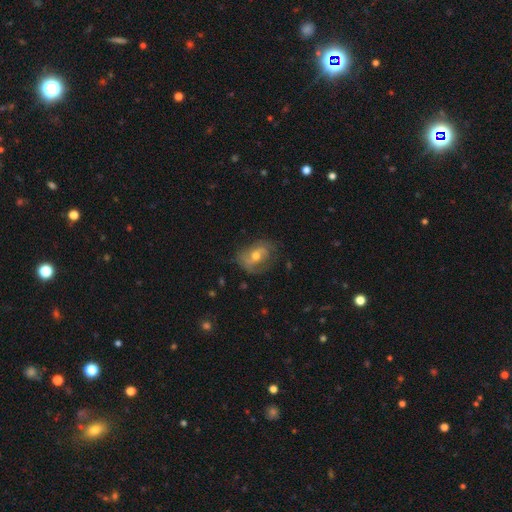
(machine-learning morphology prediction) type=featured or disk (55%); edge-on=no (95%); bar=no (52%); spiral arms=yes (64%); bulge=moderate (71%); merging=none (56%).